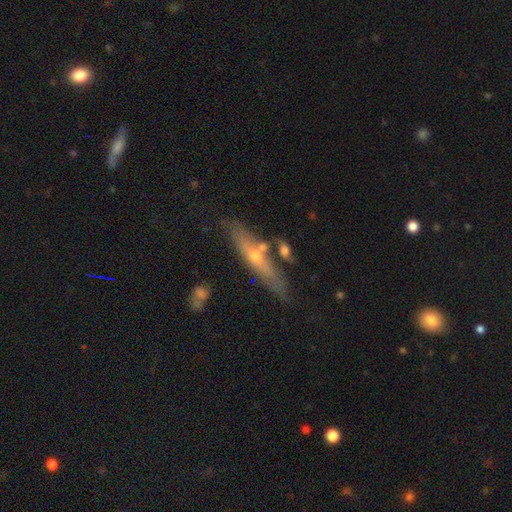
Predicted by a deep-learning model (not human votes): This appears to be a featured or disk galaxy (64%) viewed edge-on (83%) with a rounded central bulge (77%). Merging: none (72%).